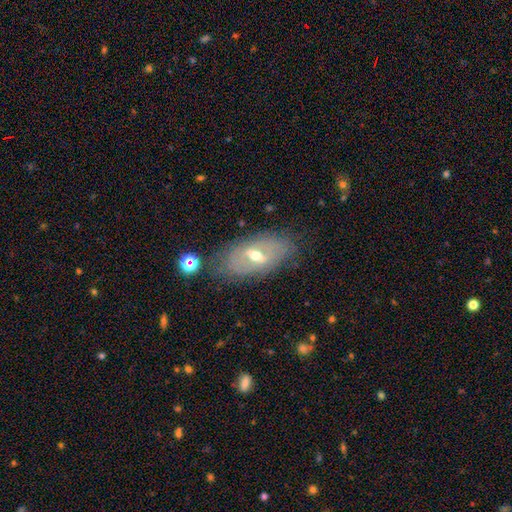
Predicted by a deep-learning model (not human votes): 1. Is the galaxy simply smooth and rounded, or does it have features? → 65% featured or disk, 27% smooth, 9% star or artifact.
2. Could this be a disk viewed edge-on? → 84% no, 16% yes.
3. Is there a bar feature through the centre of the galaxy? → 45% weak, 36% strong, 19% no.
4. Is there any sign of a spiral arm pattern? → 64% no, 36% yes.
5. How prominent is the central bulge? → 68% moderate, 25% small, 5% large, 1% none, 1% dominant.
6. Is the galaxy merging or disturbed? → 73% none, 17% minor disturbance, 7% major disturbance, 2% merger.